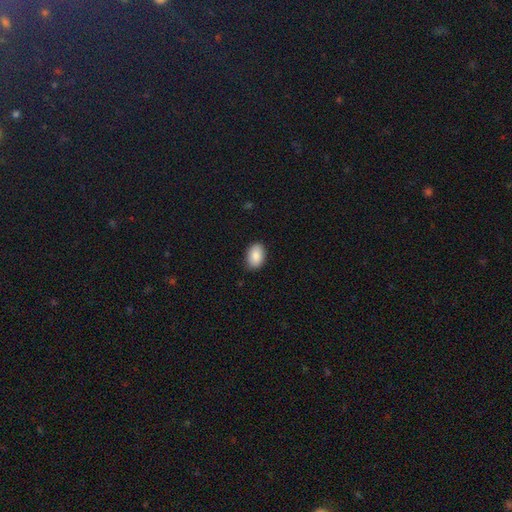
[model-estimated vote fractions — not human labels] A smooth galaxy with no disk features (87%) that is in between round and cigar-shaped (87%).

Vote fractions:
- Smooth or featured? smooth: 87% / star or artifact: 7% / featured or disk: 6%
- How rounded? in between: 87% / round: 12% / cigar-shaped: 1%
- Merging? none: 87% / minor disturbance: 10% / major disturbance: 2% / merger: 1%